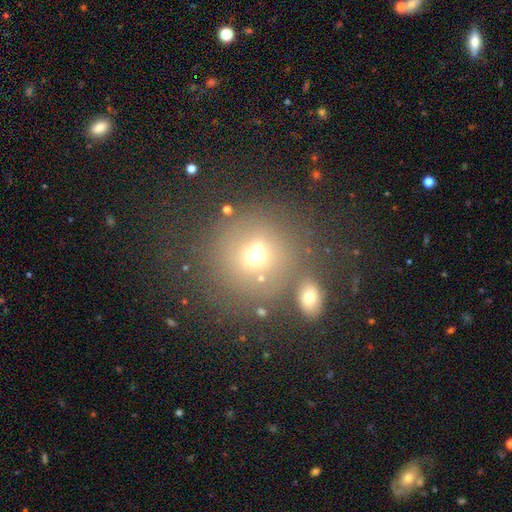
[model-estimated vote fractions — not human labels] A smooth galaxy with no disk features (62%) that is round (85%).

Vote fractions:
- Smooth or featured? smooth: 62% / star or artifact: 21% / featured or disk: 17%
- How rounded? round: 85% / in between: 14% / cigar-shaped: 1%
- Merging? none: 60% / merger: 21% / minor disturbance: 12% / major disturbance: 7%